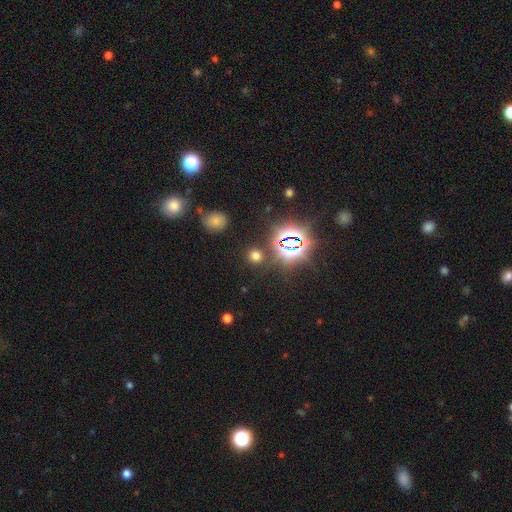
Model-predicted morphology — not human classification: Q: Smooth or featured?
A: smooth (57%); runner-up: star or artifact (37%)
Q: How rounded?
A: round (87%); runner-up: in between (12%)
Q: Merging?
A: none (85%); runner-up: minor disturbance (7%)